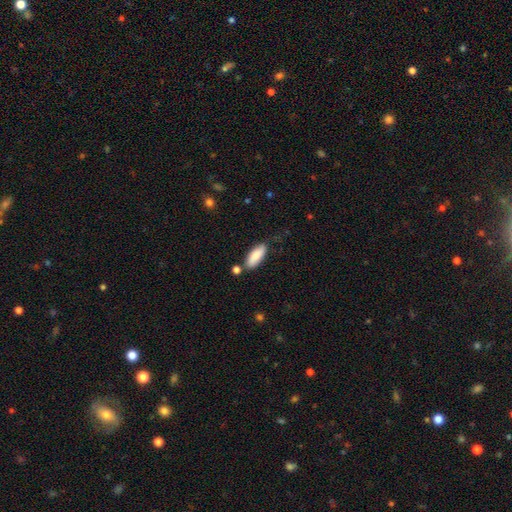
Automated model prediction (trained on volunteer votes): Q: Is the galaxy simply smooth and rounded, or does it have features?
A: smooth — 86%.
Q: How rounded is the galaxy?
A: in between — 74%.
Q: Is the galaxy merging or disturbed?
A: none — 72%.